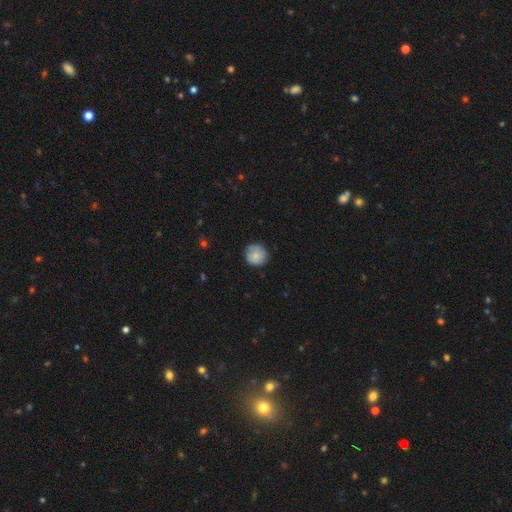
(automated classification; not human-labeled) This appears to be a smooth galaxy with no disk features (75%) that is round (91%). Merging: none (76%).